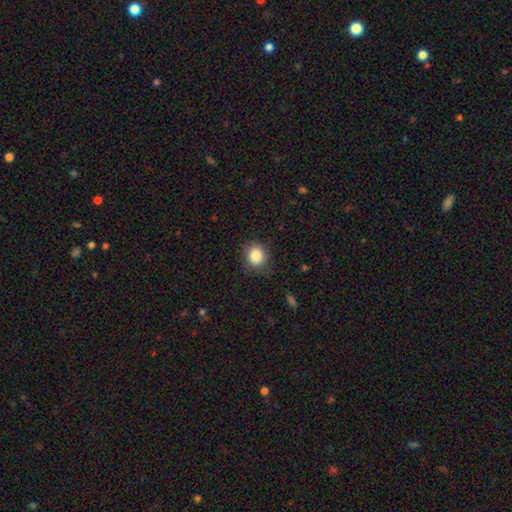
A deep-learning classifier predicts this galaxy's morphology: The model was most divided on "how rounded": round: 77%, in between: 22%, cigar-shaped: 1%. More confident: smooth or featured — smooth (86%); merging — none (81%).